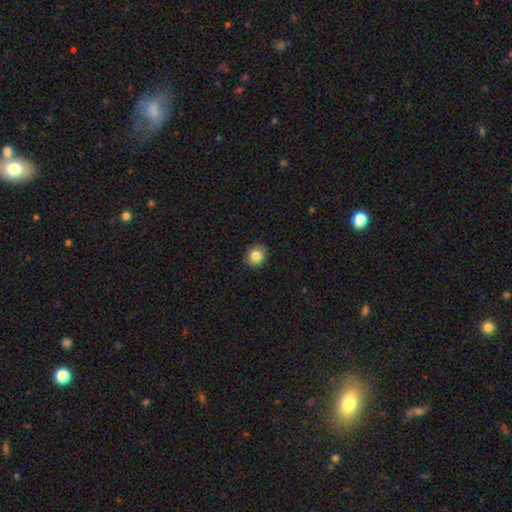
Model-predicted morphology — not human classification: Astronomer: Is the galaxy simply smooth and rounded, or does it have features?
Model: smooth — 83%.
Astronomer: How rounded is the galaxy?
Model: round — 75%.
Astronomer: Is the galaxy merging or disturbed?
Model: none — 91%.